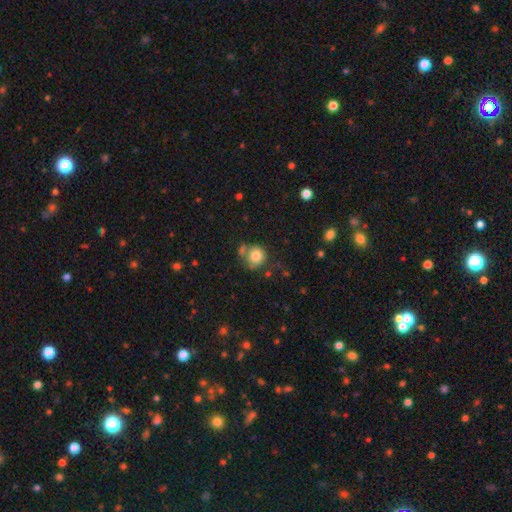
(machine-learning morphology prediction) smooth_or_featured: smooth (p=0.81) [alt: star or artifact p=0.10]
how_rounded: round (p=0.82) [alt: in between p=0.17]
merging: none (p=0.57) [alt: merger p=0.19]